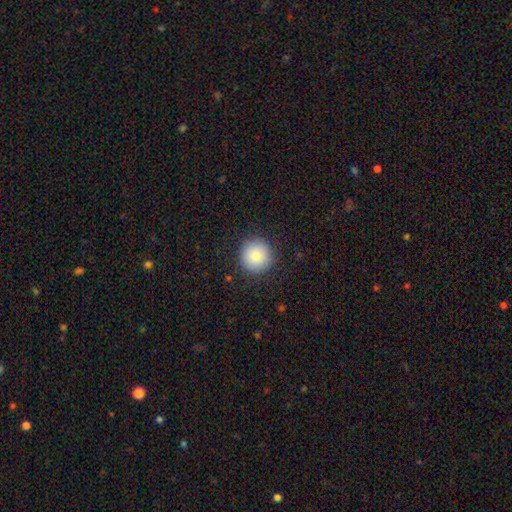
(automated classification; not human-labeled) A smooth galaxy with no disk features (83%) that is round (95%). Merging: none (90%).